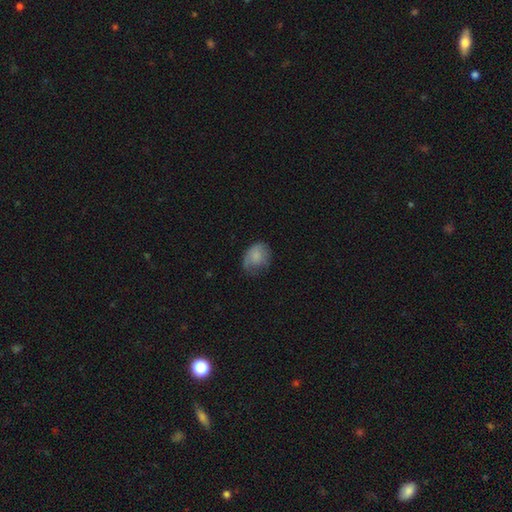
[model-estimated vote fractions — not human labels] The model was most divided on "merging": none: 44%, minor disturbance: 35%, major disturbance: 19%, merger: 2%. More confident: smooth or featured — smooth (74%); how rounded — in between (58%).